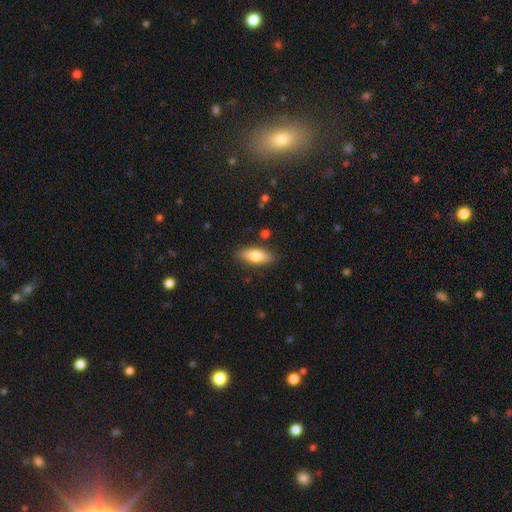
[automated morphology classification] smooth 75%, featured or disk 19%, star or artifact 6%. Down the decision tree: how rounded — in between (72%); merging — none (85%).